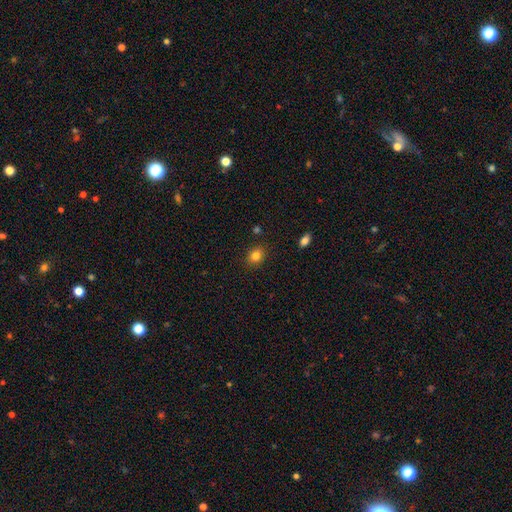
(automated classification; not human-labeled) This is clearly a smooth galaxy (83%). How rounded: possibly round (59%). Merging: clearly none (87%).